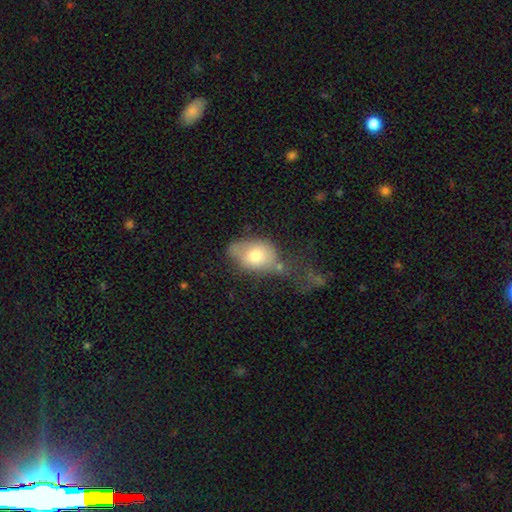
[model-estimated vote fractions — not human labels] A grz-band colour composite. It shows a smooth galaxy with no disk features (71%) that is in between round and cigar-shaped (81%). Merging: none (29%).